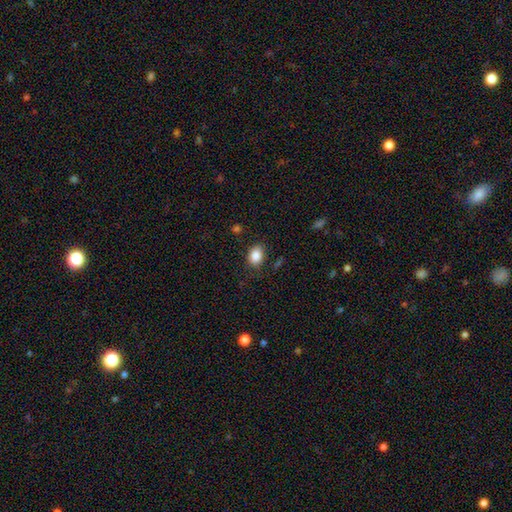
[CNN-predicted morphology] Smooth or featured: smooth — 86% (star or artifact — 9%)
How rounded: in between — 72% (round — 27%)
Merging: none — 82% (minor disturbance — 13%)